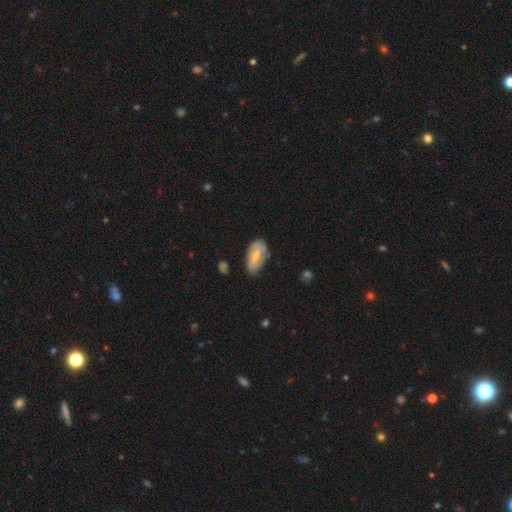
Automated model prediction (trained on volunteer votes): Morphology: type=smooth (48%); merging=none (64%).